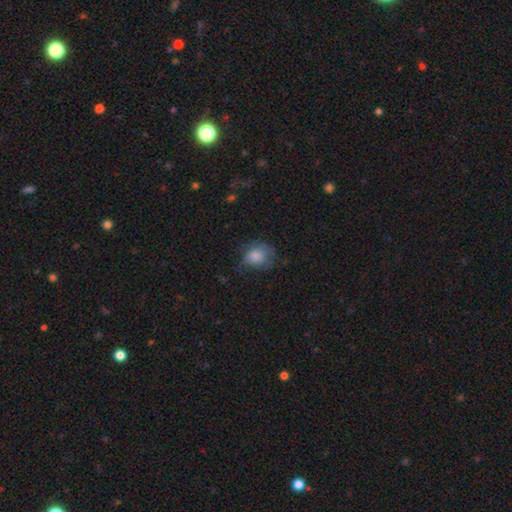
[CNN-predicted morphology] This is likely a smooth galaxy (78%). How rounded: possibly round (59%). Merging: possibly none (58%).